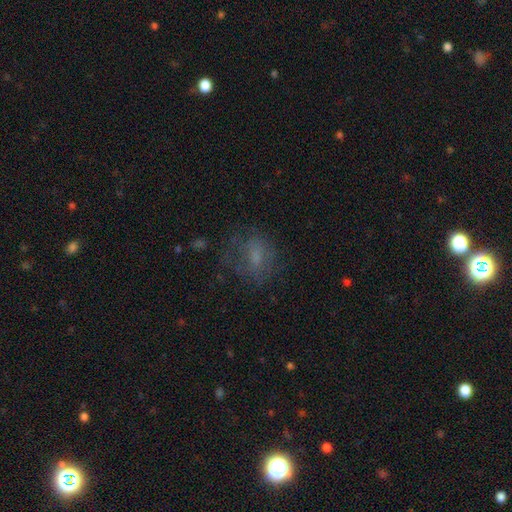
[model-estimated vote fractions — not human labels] Overall: smooth (54%; featured or disk 29%). How rounded: in between (52%; round 46%). Merging: none (60%).